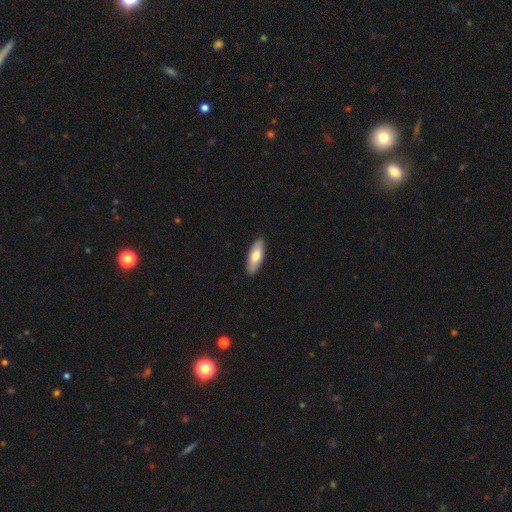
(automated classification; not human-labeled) Smooth or featured?
  - smooth: 73% *
  - featured or disk: 22%
  - star or artifact: 5%
How rounded?
  - in between: 66% *
  - cigar-shaped: 32%
  - round: 2%
Merging?
  - none: 90% *
  - minor disturbance: 7%
  - major disturbance: 1%
  - merger: 1%